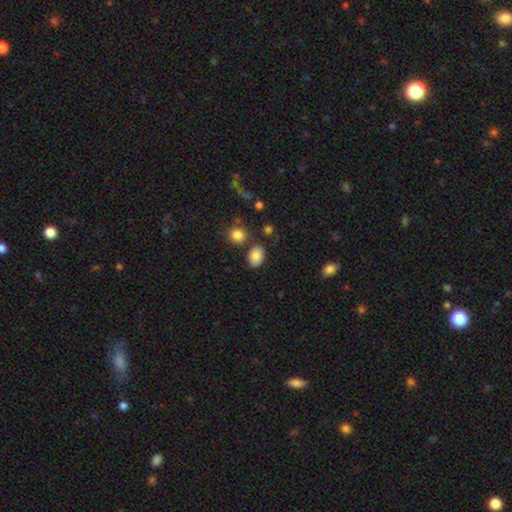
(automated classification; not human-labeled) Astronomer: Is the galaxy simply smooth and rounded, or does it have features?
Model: smooth — 84%.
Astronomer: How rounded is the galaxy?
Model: in between — 80%.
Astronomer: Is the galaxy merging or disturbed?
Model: none — 77%.